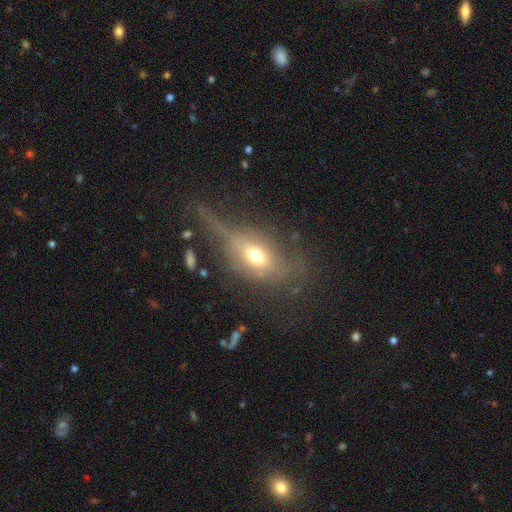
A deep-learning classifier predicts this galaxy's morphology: Smooth or featured?
  - smooth: 52% *
  - featured or disk: 36%
  - star or artifact: 12%
How rounded?
  - in between: 76% *
  - round: 16%
  - cigar-shaped: 8%
Merging?
  - major disturbance: 40% *
  - none: 34%
  - minor disturbance: 20%
  - merger: 6%